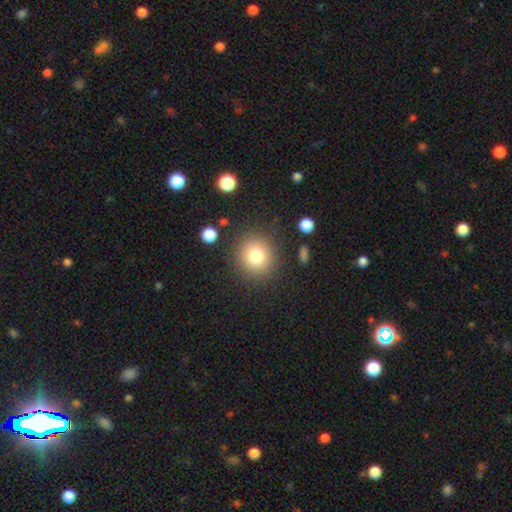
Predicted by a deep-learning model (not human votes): A smooth galaxy with no disk features (79%) that is round (89%).

Vote fractions:
- Smooth or featured? smooth: 79% / star or artifact: 12% / featured or disk: 10%
- How rounded? round: 89% / in between: 10% / cigar-shaped: 1%
- Merging? none: 86% / minor disturbance: 8% / major disturbance: 4% / merger: 2%